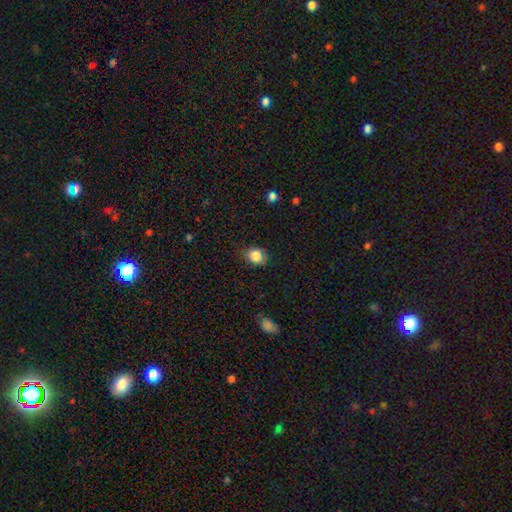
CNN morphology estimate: Smooth or featured?
  - smooth: 83% *
  - star or artifact: 11%
  - featured or disk: 6%
How rounded?
  - round: 58% *
  - in between: 41%
  - cigar-shaped: 1%
Merging?
  - none: 71% *
  - minor disturbance: 22%
  - major disturbance: 5%
  - merger: 2%